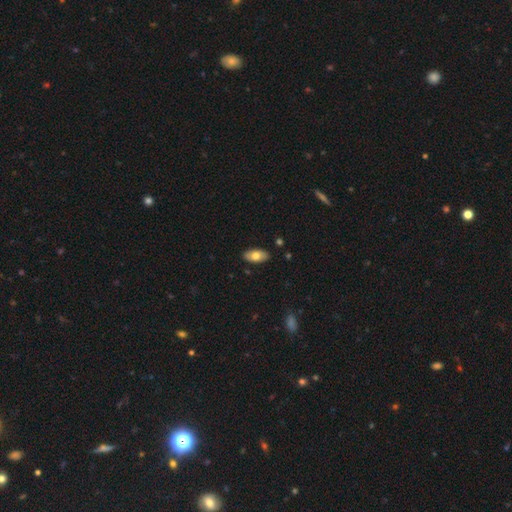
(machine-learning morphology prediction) type=smooth (72%); roundness=in between (93%); merging=none (88%).